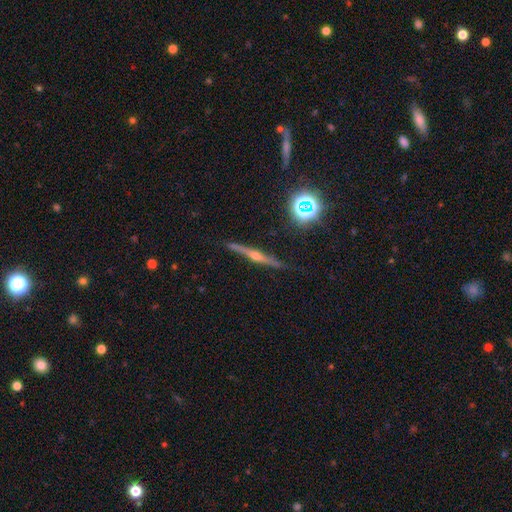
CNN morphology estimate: A featured or disk galaxy (76%) viewed edge-on (97%) with a rounded central bulge (91%).

Vote fractions:
- Smooth or featured? featured or disk: 76% / smooth: 14% / star or artifact: 10%
- Edge-on disk? yes: 97% / no: 3%
- Edge-on bulge? rounded: 91% / none: 5% / boxy: 4%
- Merging? none: 86% / minor disturbance: 10% / major disturbance: 2% / merger: 2%